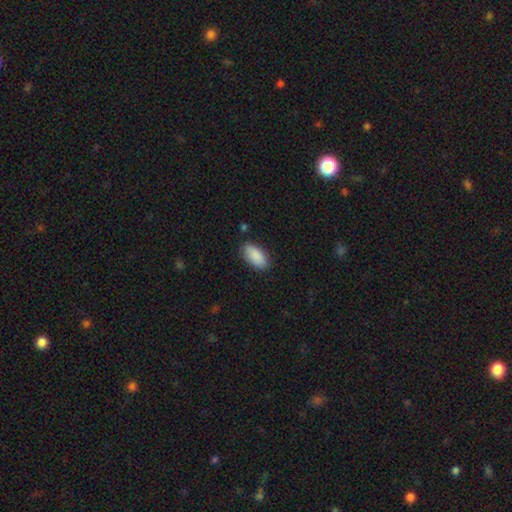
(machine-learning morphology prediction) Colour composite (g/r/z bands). It shows a smooth galaxy with no disk features (90%) that is in between round and cigar-shaped (92%). Merging: none (84%).